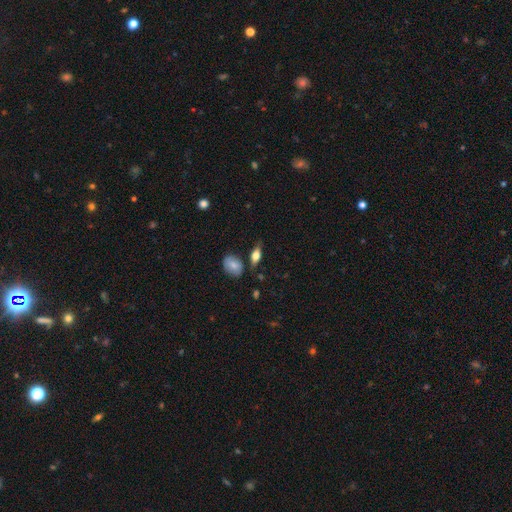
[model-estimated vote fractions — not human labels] A smooth galaxy with no disk features (64%) that is in between round and cigar-shaped (75%). Merging: none (73%).